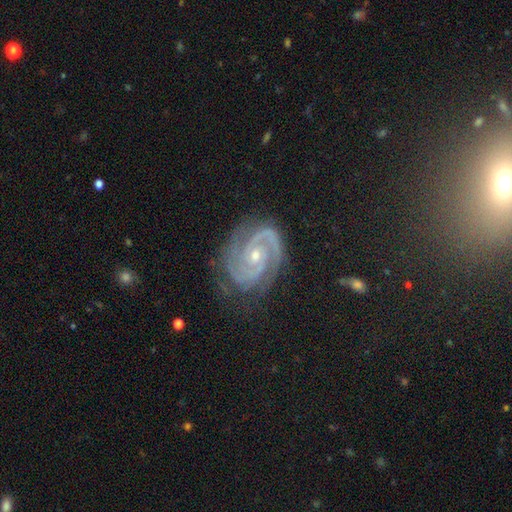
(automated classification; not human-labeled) Smooth or featured? featured or disk (90%)
Edge-on disk? no (98%)
Bar? no (67%)
Spiral arms? yes (98%)
Spiral winding? tight (68%)
Spiral arm count? 2 (74%)
Bulge size? small (57%)
Merging? none (76%)